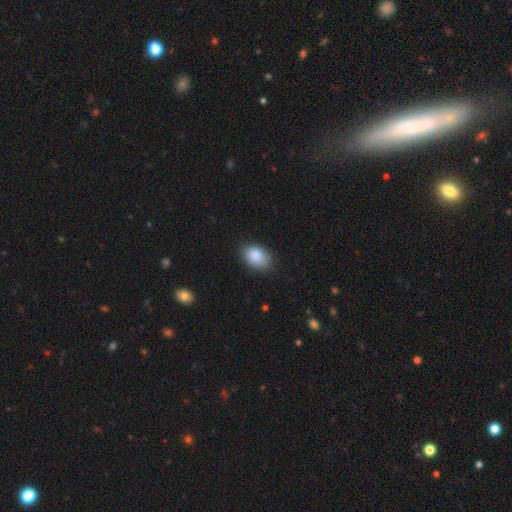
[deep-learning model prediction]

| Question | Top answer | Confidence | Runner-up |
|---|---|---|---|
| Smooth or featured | smooth | 88% | star or artifact (7%) |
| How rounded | in between | 85% | round (14%) |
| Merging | none | 81% | minor disturbance (15%) |